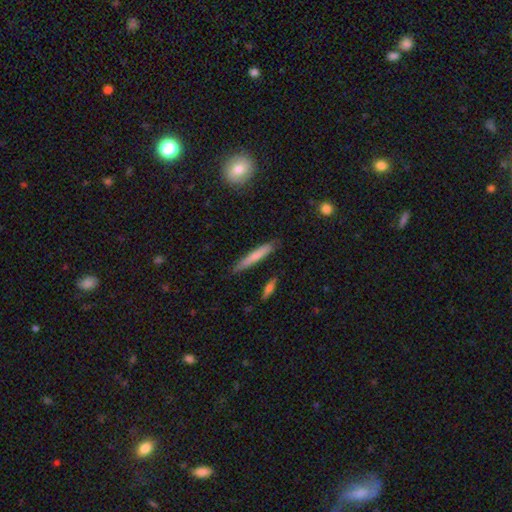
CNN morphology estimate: smooth 71%, featured or disk 24%, star or artifact 6%. Down the decision tree: how rounded — cigar-shaped (93%); merging — none (84%).